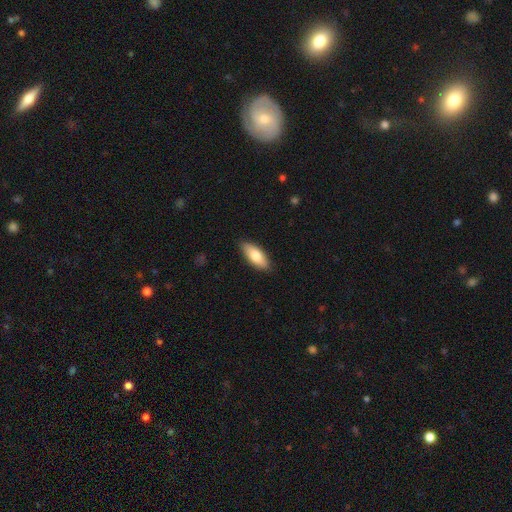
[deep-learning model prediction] This appears to be a smooth galaxy with no disk features (76%) that is in between round and cigar-shaped (79%). Merging: none (88%).